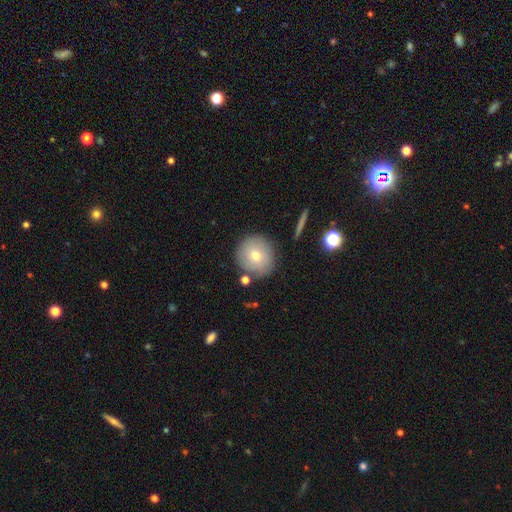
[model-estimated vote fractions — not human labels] Morphology: type=smooth (66%); roundness=round (93%); merging=none (83%).